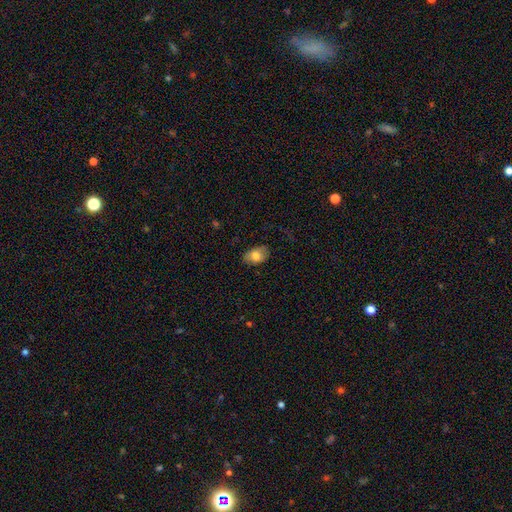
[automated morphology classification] Smooth or featured? Predicted: smooth (p=0.75). How rounded? Predicted: in between (p=0.89). Merging? Predicted: none (p=0.79).